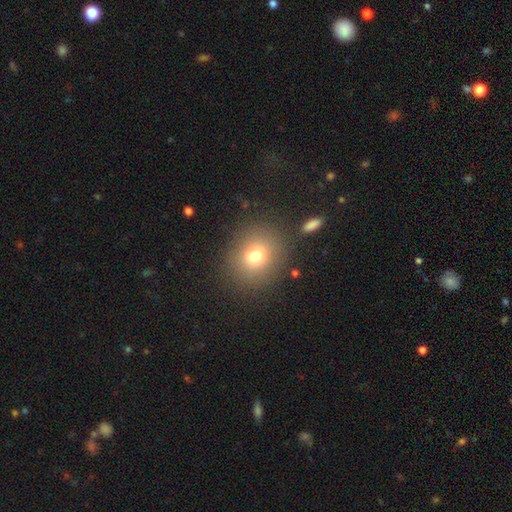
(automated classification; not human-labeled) Q: Smooth or featured?
A: smooth (74%); runner-up: star or artifact (15%)
Q: How rounded?
A: round (78%); runner-up: in between (21%)
Q: Merging?
A: none (85%); runner-up: minor disturbance (8%)